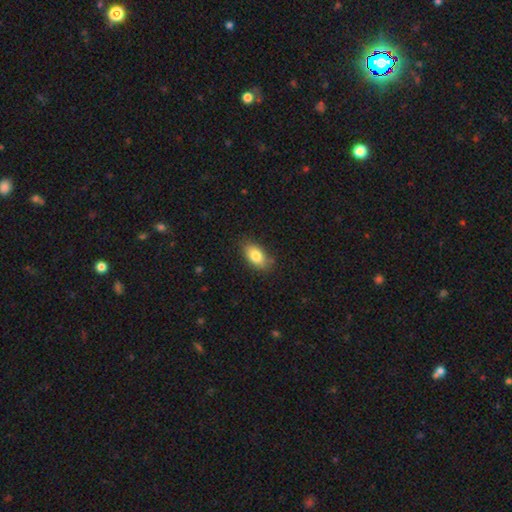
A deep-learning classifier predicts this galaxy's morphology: Smooth or featured? smooth (82%)
How rounded? in between (91%)
Merging? none (81%)